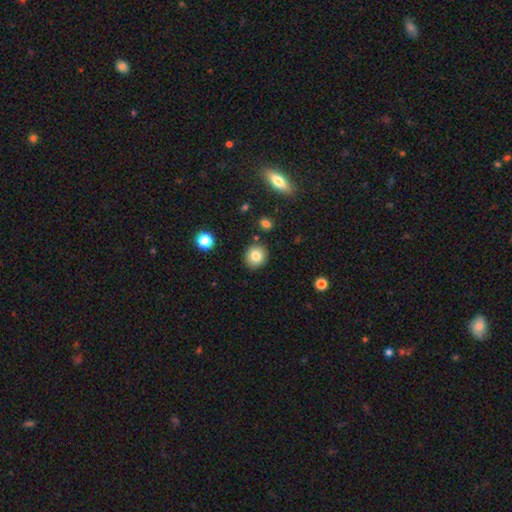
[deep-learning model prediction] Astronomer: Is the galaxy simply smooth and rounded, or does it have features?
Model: smooth — 82%.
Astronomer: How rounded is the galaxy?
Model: round — 88%.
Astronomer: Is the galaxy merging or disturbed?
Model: none — 88%.